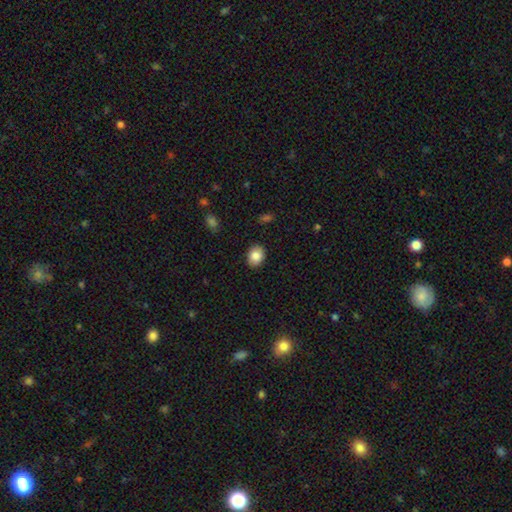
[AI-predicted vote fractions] smooth 85%, star or artifact 8%, featured or disk 7%. Down the decision tree: how rounded — in between (54%); merging — none (89%).